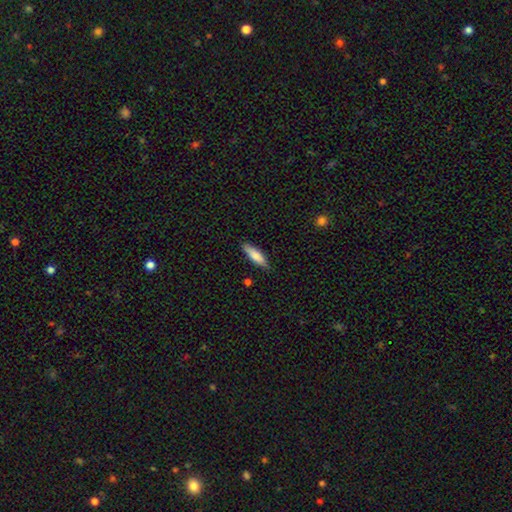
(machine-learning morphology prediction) Q: Smooth or featured?
A: smooth (79%); runner-up: featured or disk (15%)
Q: How rounded?
A: cigar-shaped (65%); runner-up: in between (33%)
Q: Merging?
A: none (84%); runner-up: minor disturbance (12%)